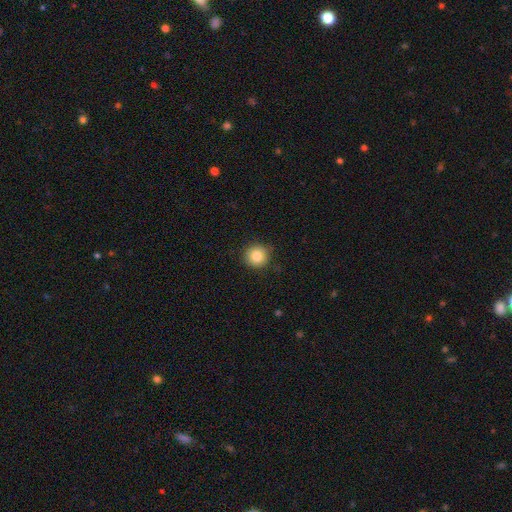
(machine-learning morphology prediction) Smooth or featured?
  - smooth: 85% *
  - star or artifact: 10%
  - featured or disk: 5%
How rounded?
  - round: 94% *
  - in between: 5%
  - cigar-shaped: 1%
Merging?
  - none: 89% *
  - minor disturbance: 8%
  - major disturbance: 2%
  - merger: 1%